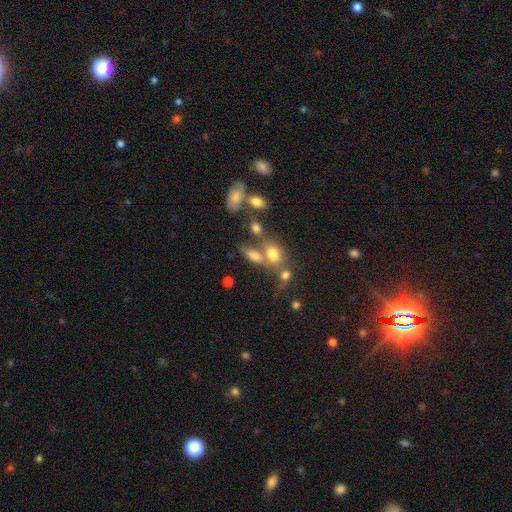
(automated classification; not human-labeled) smooth_or_featured: smooth (p=0.62) [alt: featured or disk p=0.20]
how_rounded: in between (p=0.58) [alt: round p=0.36]
merging: merger (p=0.43) [alt: none p=0.37]